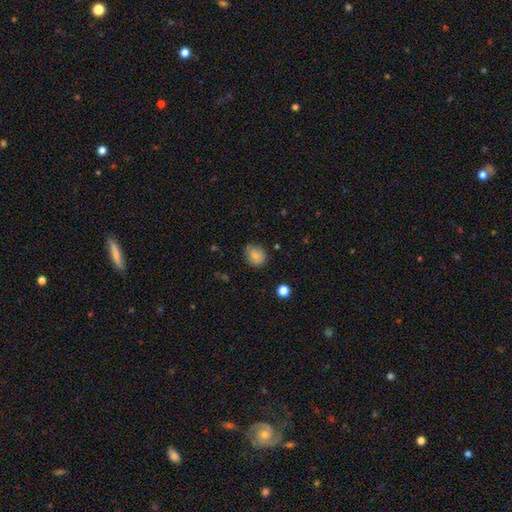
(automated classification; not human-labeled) smooth 74%, featured or disk 16%, star or artifact 10%. Down the decision tree: how rounded — round (69%); merging — none (66%).